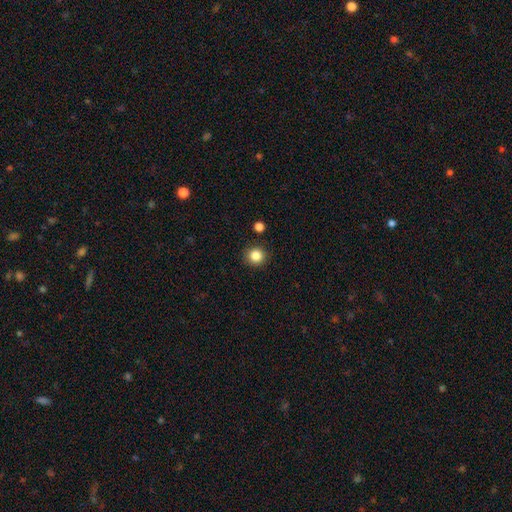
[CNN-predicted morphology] The model was most divided on "smooth or featured": smooth: 85%, star or artifact: 11%, featured or disk: 4%. More confident: how rounded — round (93%); merging — none (89%).